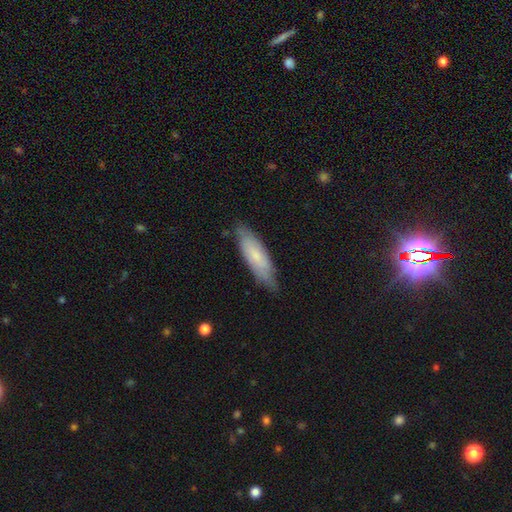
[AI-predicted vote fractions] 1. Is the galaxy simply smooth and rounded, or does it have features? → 67% smooth, 27% featured or disk, 6% star or artifact.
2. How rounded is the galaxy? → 54% cigar-shaped, 44% in between, 1% round.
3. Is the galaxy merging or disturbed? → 79% none, 17% minor disturbance, 3% major disturbance, 1% merger.